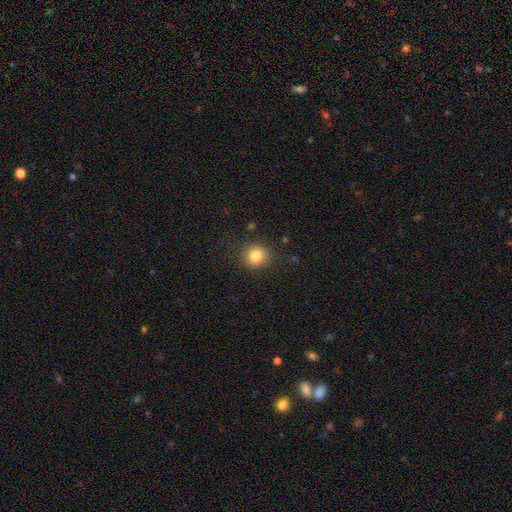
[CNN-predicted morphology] The model was most divided on "smooth or featured": smooth: 83%, star or artifact: 11%, featured or disk: 6%. More confident: merging — none (88%); how rounded — round (86%).